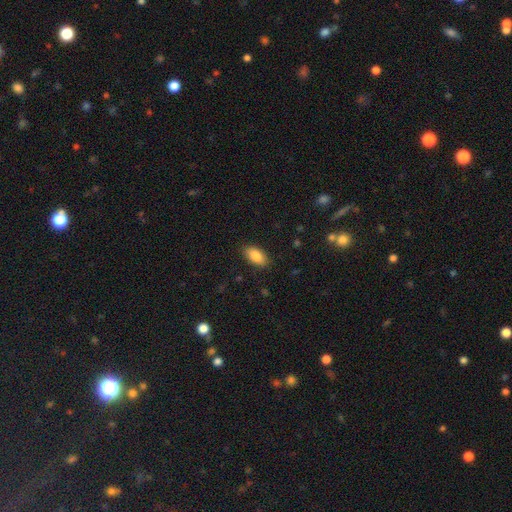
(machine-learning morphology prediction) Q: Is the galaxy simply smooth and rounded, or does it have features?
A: smooth — 88%.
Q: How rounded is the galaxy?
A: in between — 92%.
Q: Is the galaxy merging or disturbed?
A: none — 87%.